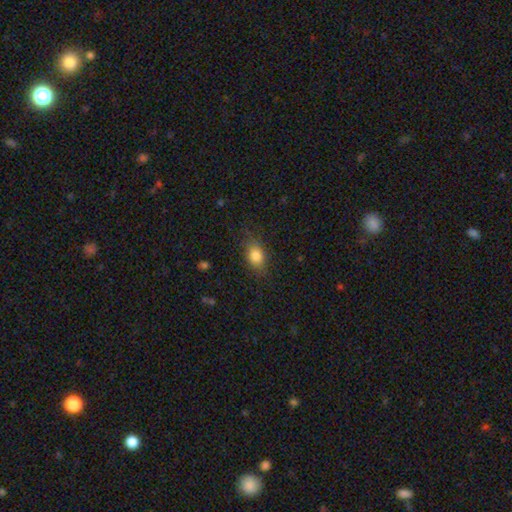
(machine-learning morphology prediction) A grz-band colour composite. It shows a smooth galaxy with no disk features (82%) that is in between round and cigar-shaped (75%). Merging: none (76%).